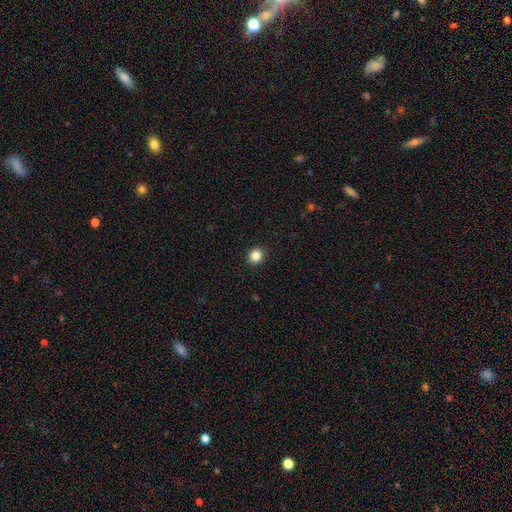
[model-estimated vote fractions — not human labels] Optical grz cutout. It shows a smooth galaxy with no disk features (85%) that is round (77%). Merging: none (92%).